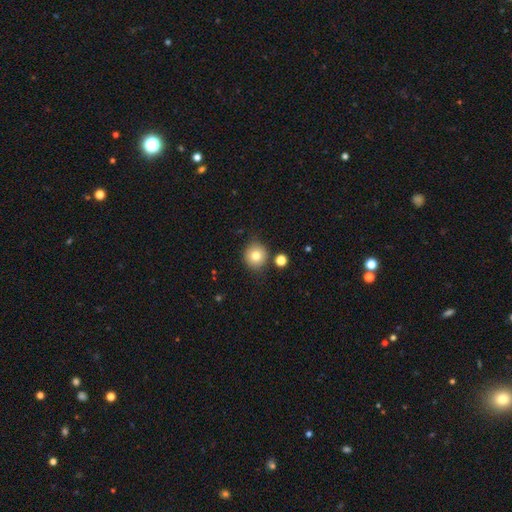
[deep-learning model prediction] Morphology: type=smooth (78%); roundness=round (91%); merging=none (82%).